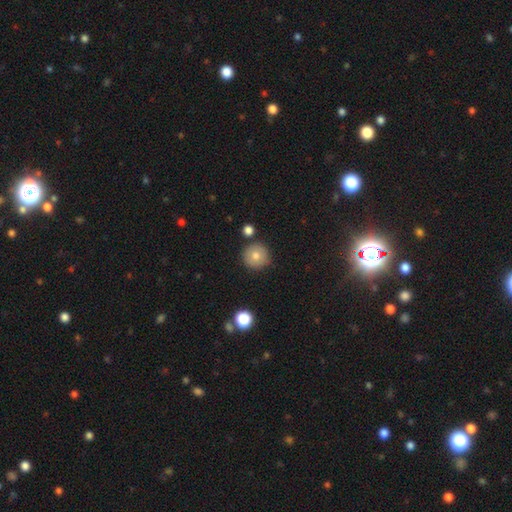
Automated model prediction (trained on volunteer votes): The model was most divided on "smooth or featured": smooth: 79%, featured or disk: 11%, star or artifact: 10%. More confident: how rounded — round (95%); merging — none (86%).